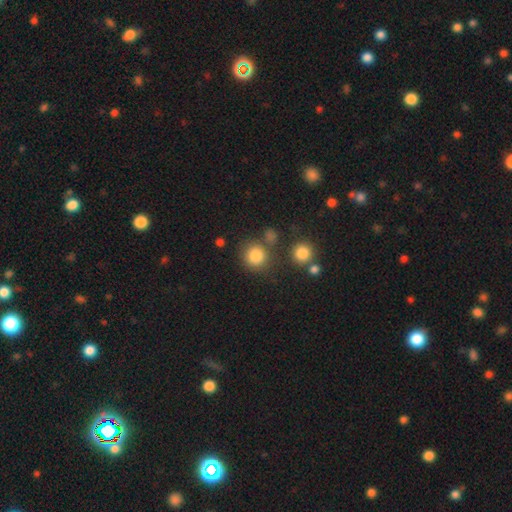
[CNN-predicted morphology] Smooth or featured?
  - smooth: 82% *
  - star or artifact: 13%
  - featured or disk: 5%
How rounded?
  - round: 91% *
  - in between: 8%
  - cigar-shaped: 1%
Merging?
  - none: 74% *
  - merger: 11%
  - minor disturbance: 10%
  - major disturbance: 5%